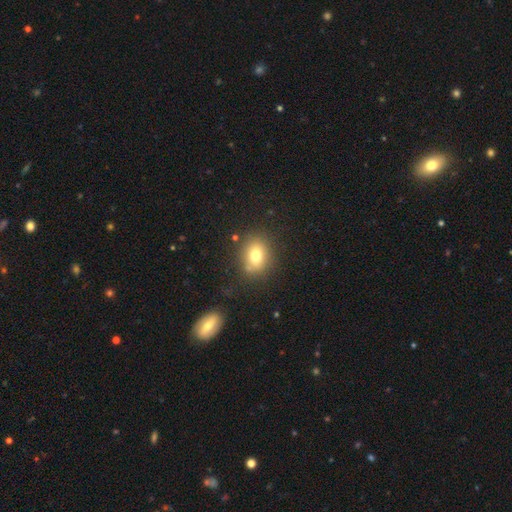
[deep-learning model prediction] smooth_or_featured: smooth (p=0.76) [alt: star or artifact p=0.12]
how_rounded: in between (p=0.51) [alt: round p=0.47]
merging: none (p=0.80) [alt: minor disturbance p=0.12]